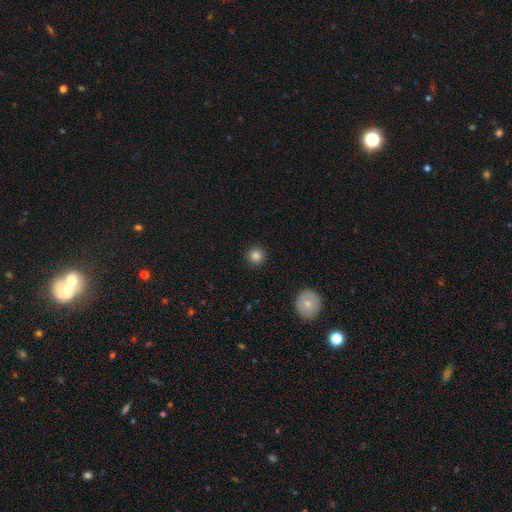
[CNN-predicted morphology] Q: Smooth or featured?
A: smooth (84%); runner-up: star or artifact (11%)
Q: How rounded?
A: round (95%); runner-up: in between (4%)
Q: Merging?
A: none (93%); runner-up: minor disturbance (5%)